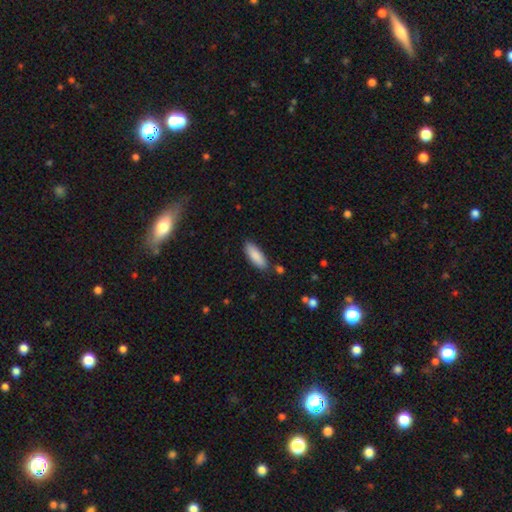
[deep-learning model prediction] smooth 88%, featured or disk 6%, star or artifact 6%. Down the decision tree: how rounded — in between (67%); merging — none (83%).